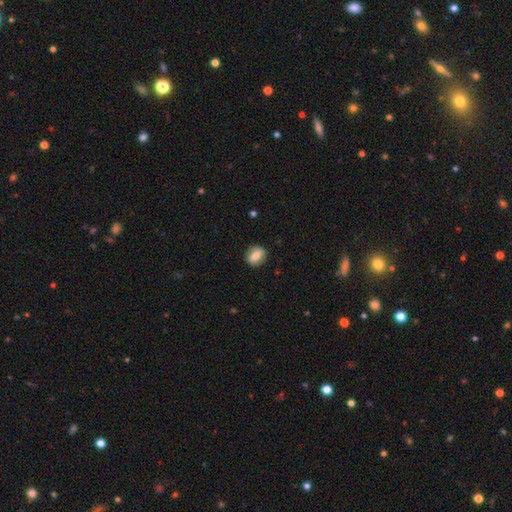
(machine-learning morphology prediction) This appears to be a smooth galaxy with no disk features (67%) that is round (64%). Merging: none (86%).